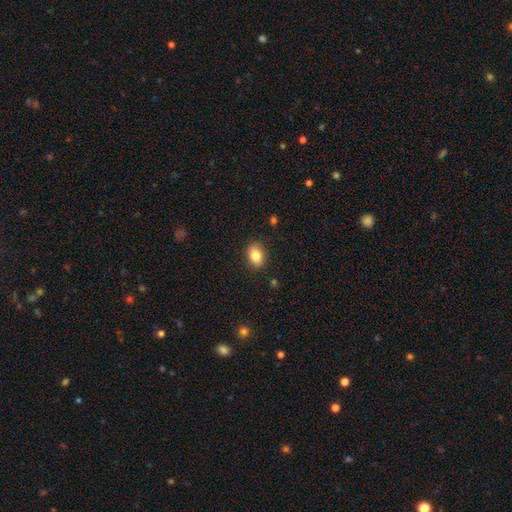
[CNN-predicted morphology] The model was most divided on "how rounded": in between: 78%, round: 21%, cigar-shaped: 1%. More confident: merging — none (85%); smooth or featured — smooth (85%).